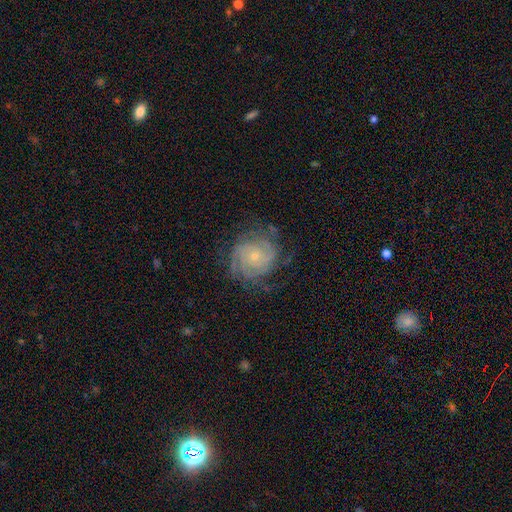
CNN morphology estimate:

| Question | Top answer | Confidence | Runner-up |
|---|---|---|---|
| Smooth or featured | featured or disk | 84% | smooth (10%) |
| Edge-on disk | no | 98% | yes (2%) |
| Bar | no | 79% | weak (17%) |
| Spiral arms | yes | 96% | no (4%) |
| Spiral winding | tight | 73% | medium (22%) |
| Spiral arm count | can't tell | 29% | 2 (21%) |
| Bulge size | small | 74% | moderate (22%) |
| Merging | none | 72% | minor disturbance (17%) |